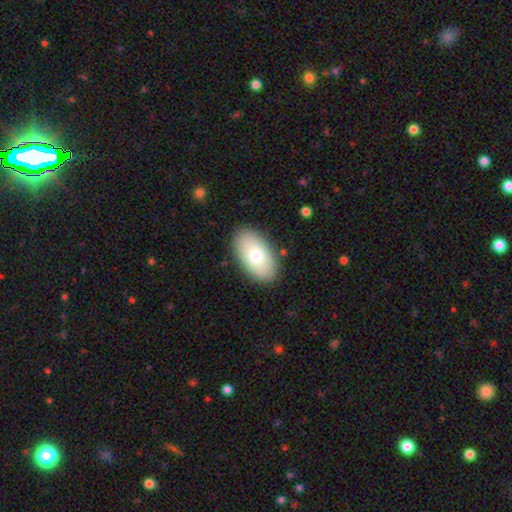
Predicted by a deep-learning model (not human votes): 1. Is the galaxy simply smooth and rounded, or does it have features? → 78% smooth, 16% featured or disk, 6% star or artifact.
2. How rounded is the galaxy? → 95% in between, 3% round, 2% cigar-shaped.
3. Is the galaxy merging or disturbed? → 87% none, 9% minor disturbance, 2% major disturbance, 1% merger.